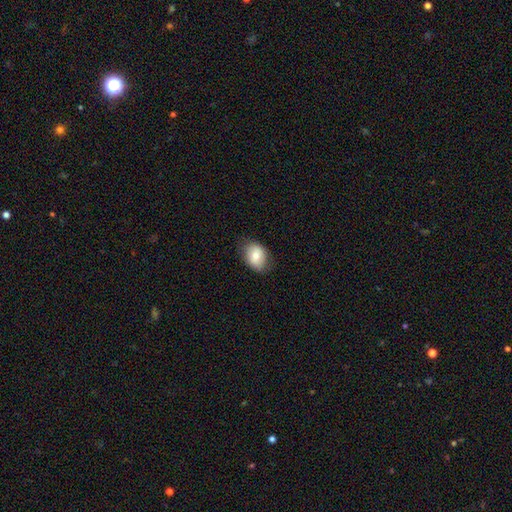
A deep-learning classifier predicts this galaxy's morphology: Smooth or featured: smooth — 76% (featured or disk — 16%)
How rounded: in between — 71% (round — 28%)
Merging: none — 77% (minor disturbance — 18%)